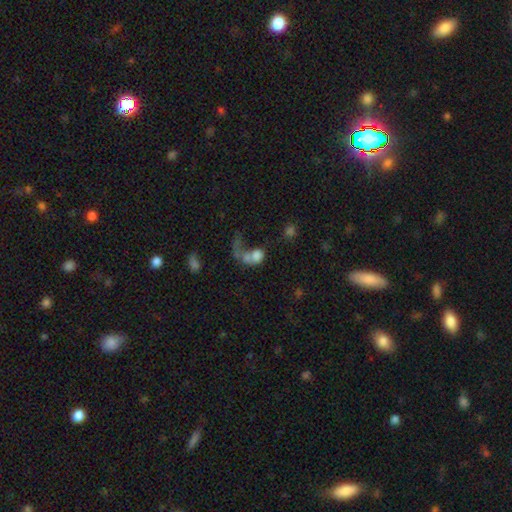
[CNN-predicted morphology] type=smooth (60%); roundness=in between (55%); merging=merger (41%).